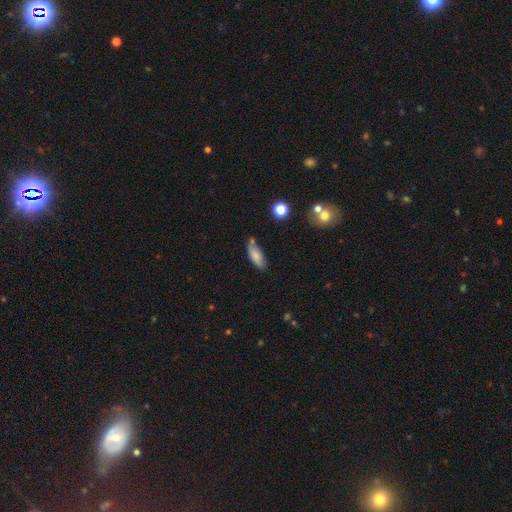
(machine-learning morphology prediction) smooth_or_featured: smooth (p=0.80) [alt: featured or disk p=0.13]
how_rounded: in between (p=0.69) [alt: cigar-shaped p=0.29]
merging: none (p=0.65) [alt: minor disturbance p=0.22]